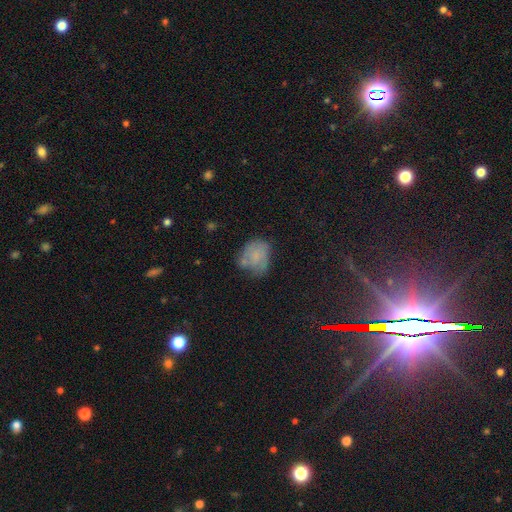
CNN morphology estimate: smooth 54%, featured or disk 32%, star or artifact 13%. Down the decision tree: how rounded — in between (54%); merging — none (38%).